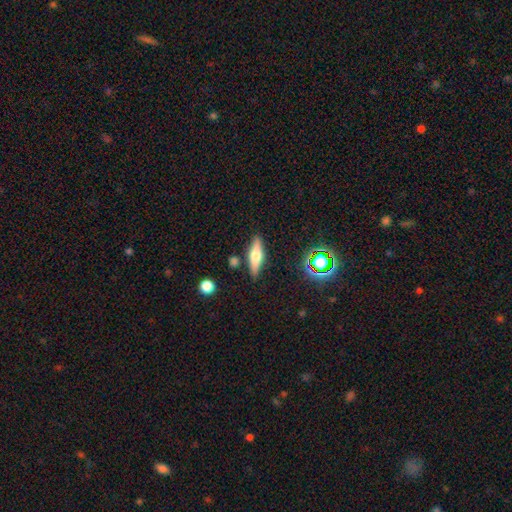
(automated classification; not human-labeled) This appears to be a featured or disk galaxy (46%). Merging: none (84%).